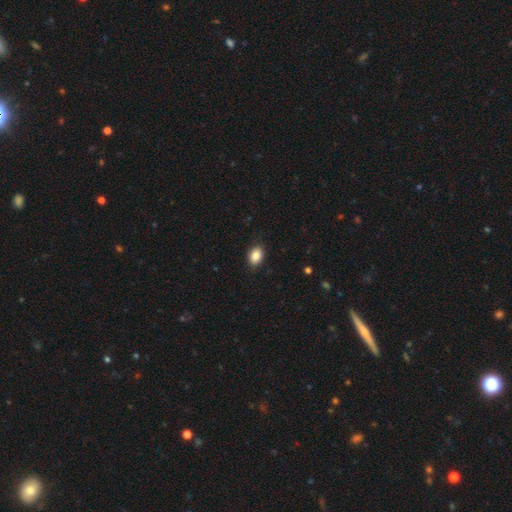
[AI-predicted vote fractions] Smooth or featured: smooth — 88% (star or artifact — 8%)
How rounded: in between — 80% (round — 19%)
Merging: none — 87% (minor disturbance — 9%)